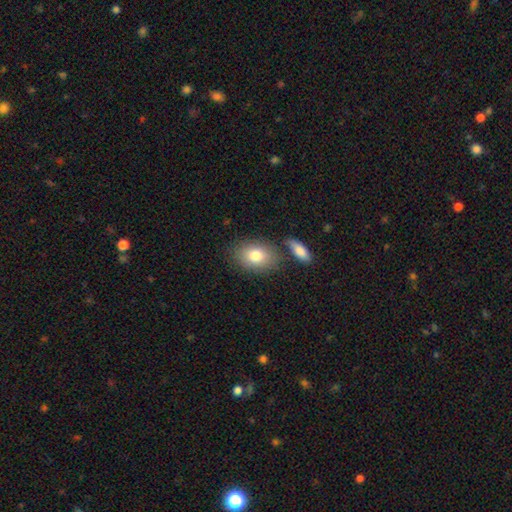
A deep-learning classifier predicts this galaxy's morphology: smooth-or-featured: smooth: 80% | featured or disk: 12% | star or artifact: 7%
  how-rounded: in between: 76% | round: 22% | cigar-shaped: 1%
  merging: none: 69% | minor disturbance: 14% | merger: 13% | major disturbance: 4%